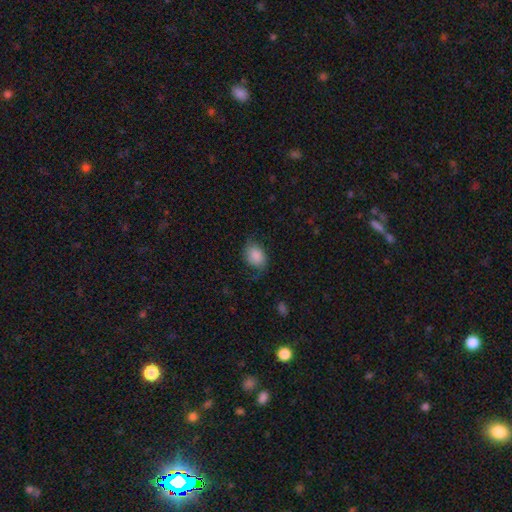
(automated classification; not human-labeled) Q: Smooth or featured?
A: smooth (78%); runner-up: featured or disk (14%)
Q: How rounded?
A: in between (72%); runner-up: round (27%)
Q: Merging?
A: none (59%); runner-up: minor disturbance (26%)